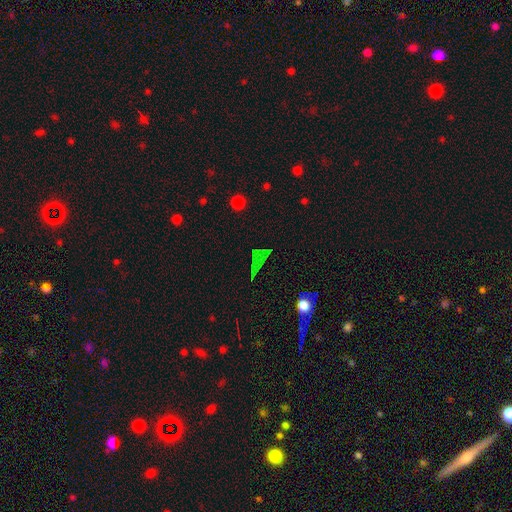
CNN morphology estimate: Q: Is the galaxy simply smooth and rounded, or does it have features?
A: star or artifact — 60%.